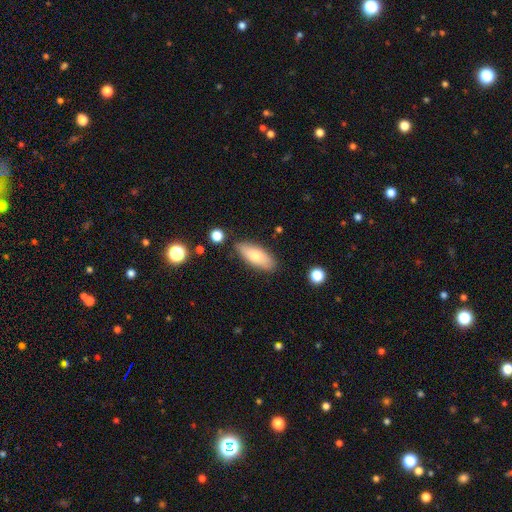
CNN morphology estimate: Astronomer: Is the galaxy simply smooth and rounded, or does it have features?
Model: smooth — 73%.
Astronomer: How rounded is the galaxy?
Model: in between — 77%.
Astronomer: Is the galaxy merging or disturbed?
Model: none — 81%.